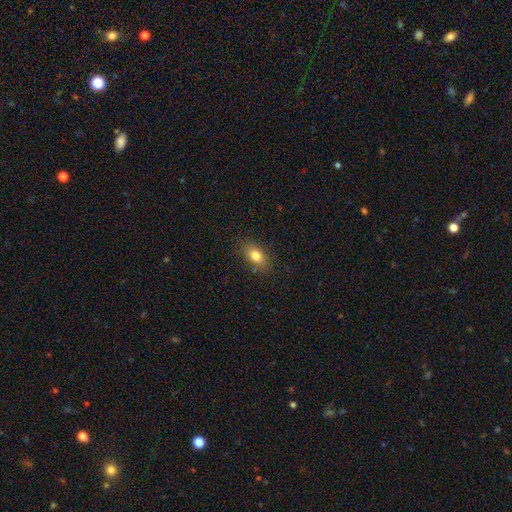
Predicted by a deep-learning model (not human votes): The model was most divided on "smooth or featured": smooth: 79%, featured or disk: 12%, star or artifact: 9%. More confident: how rounded — in between (85%); merging — none (84%).